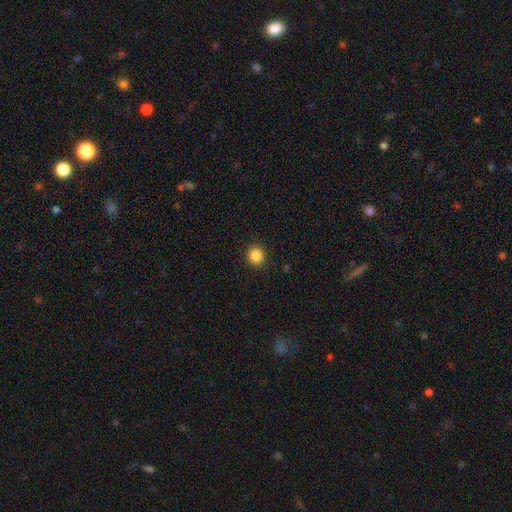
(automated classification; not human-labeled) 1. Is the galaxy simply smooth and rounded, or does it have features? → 87% smooth, 10% star or artifact, 3% featured or disk.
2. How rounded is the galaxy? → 90% round, 9% in between, 1% cigar-shaped.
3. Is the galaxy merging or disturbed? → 91% none, 6% minor disturbance, 2% major disturbance, 1% merger.